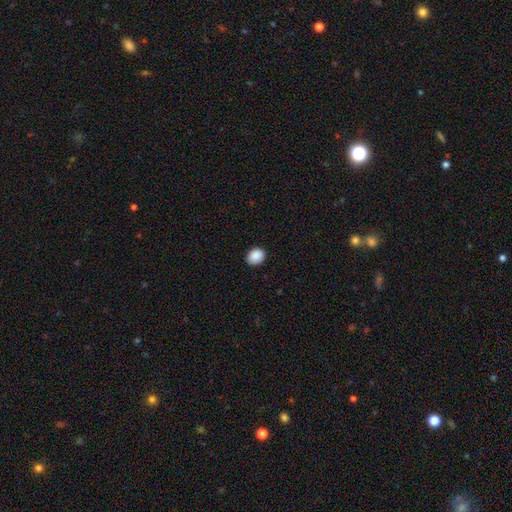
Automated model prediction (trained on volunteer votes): Morphology: type=smooth (90%); roundness=round (58%); merging=none (89%).